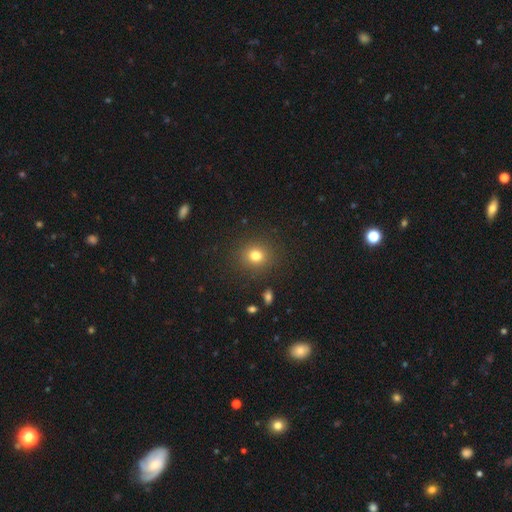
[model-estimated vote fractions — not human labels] This appears to be a smooth galaxy with no disk features (79%) that is round (77%). Merging: none (88%).